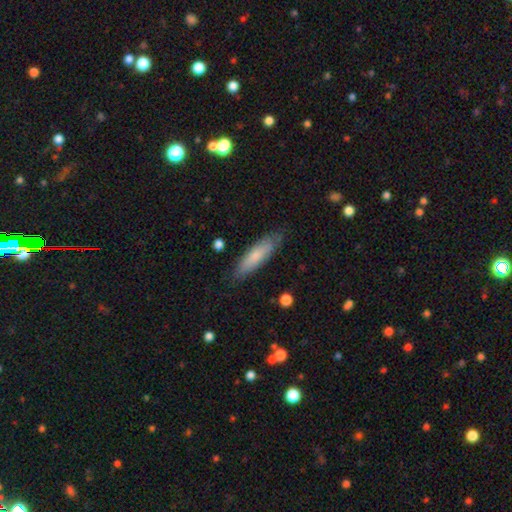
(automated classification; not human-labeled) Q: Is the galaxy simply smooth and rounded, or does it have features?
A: smooth — 74%.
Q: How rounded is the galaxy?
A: cigar-shaped — 65%.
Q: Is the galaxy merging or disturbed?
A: none — 80%.